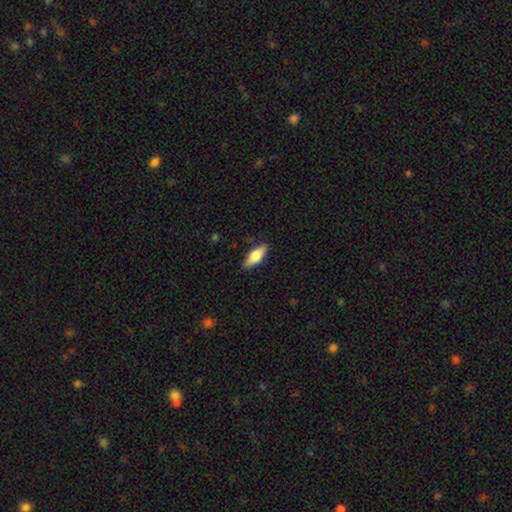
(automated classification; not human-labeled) Morphology: type=smooth (72%); roundness=in between (69%); merging=none (86%).